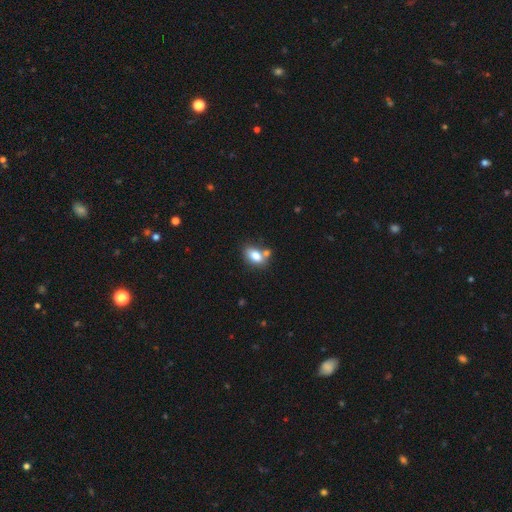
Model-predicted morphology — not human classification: smooth_or_featured: smooth (p=0.80) [alt: featured or disk p=0.11]
how_rounded: in between (p=0.85) [alt: round p=0.13]
merging: none (p=0.56) [alt: merger p=0.26]